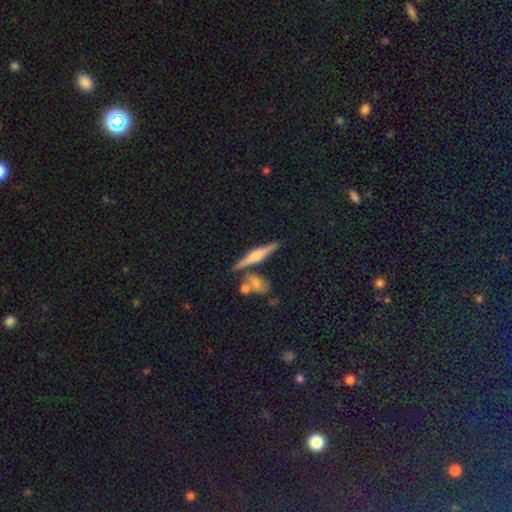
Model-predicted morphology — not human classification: Overall: featured or disk (73%). Edge-on disk: yes (96%). Edge-on bulge: rounded (85%). Merging: none (79%).